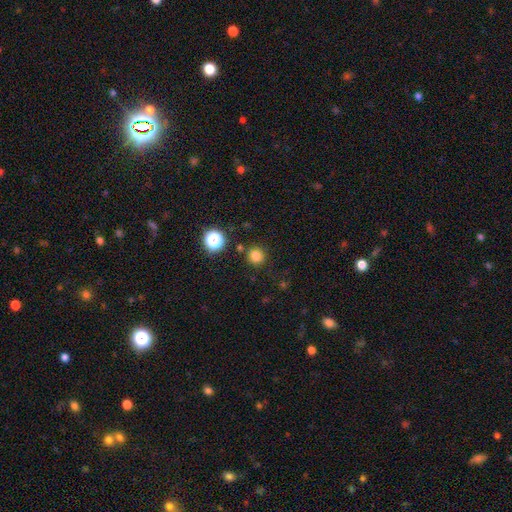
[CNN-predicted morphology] Smooth or featured?
  - smooth: 80% *
  - star or artifact: 16%
  - featured or disk: 5%
How rounded?
  - round: 94% *
  - in between: 5%
  - cigar-shaped: 1%
Merging?
  - none: 86% *
  - minor disturbance: 7%
  - merger: 4%
  - major disturbance: 3%